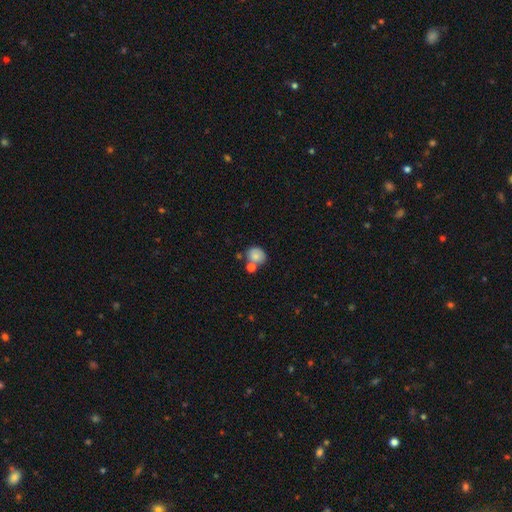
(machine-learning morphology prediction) Smooth or featured: smooth — 79% (featured or disk — 12%)
How rounded: round — 73% (in between — 26%)
Merging: none — 52% (merger — 29%)